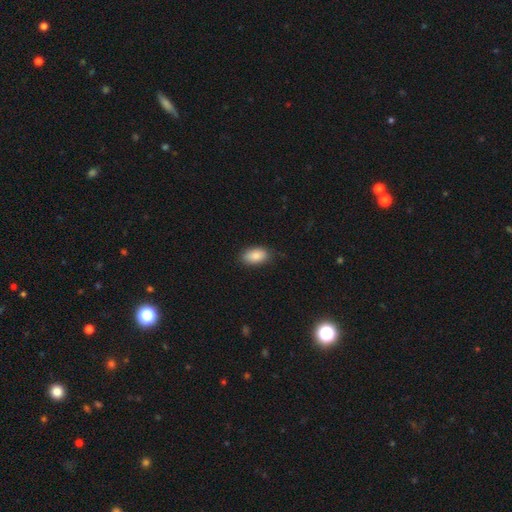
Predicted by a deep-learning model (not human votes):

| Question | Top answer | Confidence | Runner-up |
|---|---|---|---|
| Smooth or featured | smooth | 85% | featured or disk (7%) |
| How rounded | in between | 92% | round (5%) |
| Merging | none | 81% | minor disturbance (15%) |